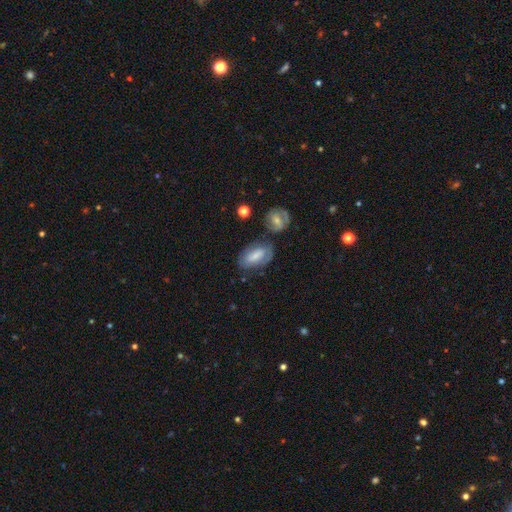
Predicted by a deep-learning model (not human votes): Q: Smooth or featured?
A: smooth (61%); runner-up: featured or disk (32%)
Q: How rounded?
A: in between (90%); runner-up: round (6%)
Q: Merging?
A: none (60%); runner-up: minor disturbance (19%)